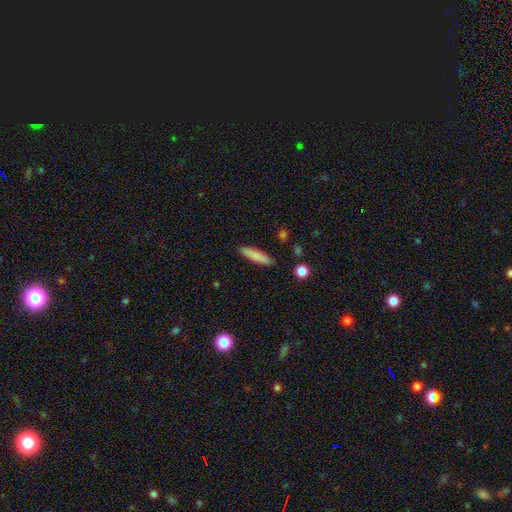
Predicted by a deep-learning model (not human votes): A smooth galaxy with no disk features (83%) that is cigar-shaped (81%). Merging: none (89%).